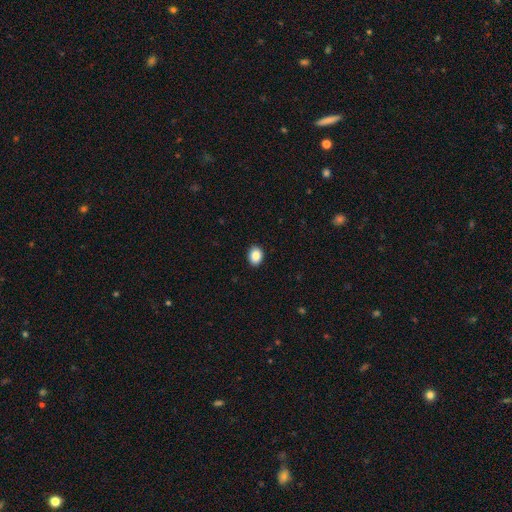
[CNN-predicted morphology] smooth 88%, star or artifact 8%, featured or disk 4%. Down the decision tree: how rounded — in between (63%); merging — none (91%).